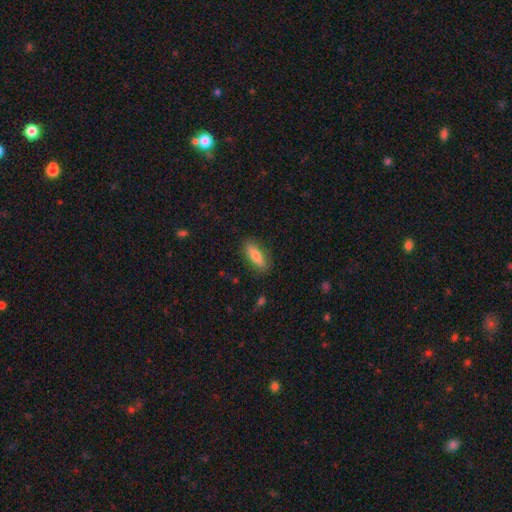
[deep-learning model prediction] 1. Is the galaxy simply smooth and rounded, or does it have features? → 74% smooth, 19% featured or disk, 7% star or artifact.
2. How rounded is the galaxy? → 57% in between, 41% cigar-shaped, 2% round.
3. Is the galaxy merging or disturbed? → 85% none, 11% minor disturbance, 3% major disturbance, 1% merger.